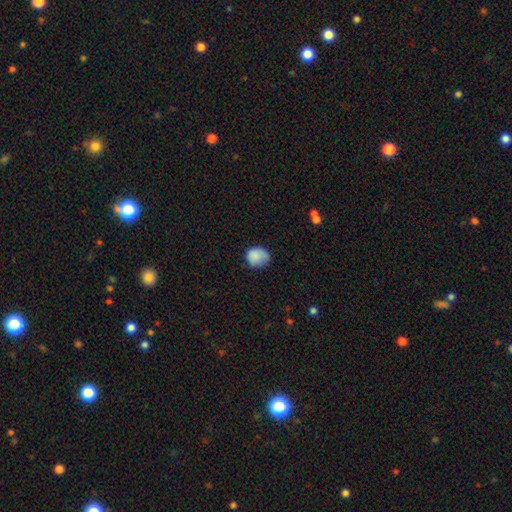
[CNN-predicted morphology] Q: Smooth or featured?
A: smooth (84%); runner-up: featured or disk (8%)
Q: How rounded?
A: round (75%); runner-up: in between (24%)
Q: Merging?
A: none (64%); runner-up: minor disturbance (27%)